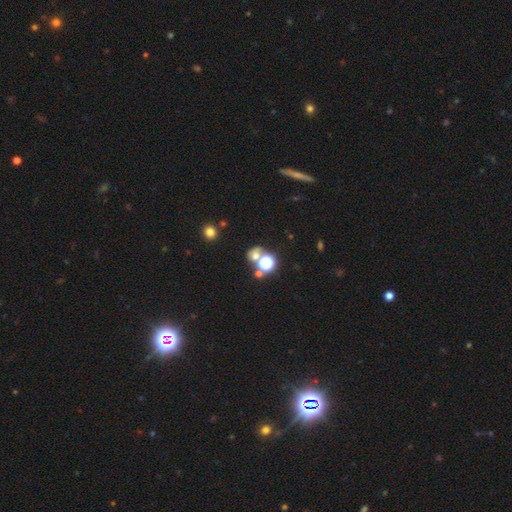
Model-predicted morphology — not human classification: Smooth or featured? Predicted: smooth (p=0.49). Merging? Predicted: none (p=0.54).